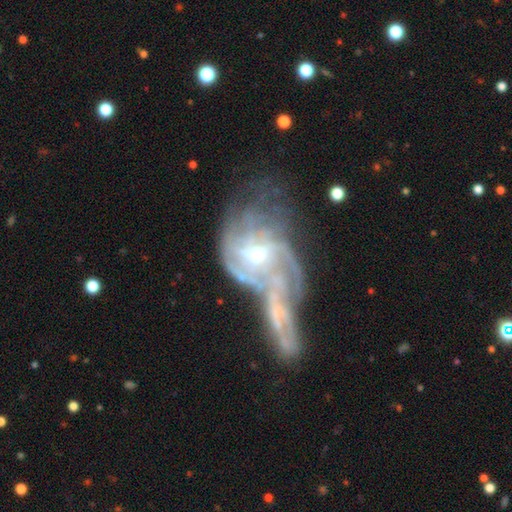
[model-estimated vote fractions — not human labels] Q: Smooth or featured?
A: featured or disk (78%); runner-up: smooth (13%)
Q: Edge-on disk?
A: no (95%); runner-up: yes (5%)
Q: Bar?
A: no (65%); runner-up: weak (27%)
Q: Spiral arms?
A: yes (78%); runner-up: no (22%)
Q: Spiral winding?
A: tight (48%); runner-up: medium (33%)
Q: Spiral arm count?
A: can't tell (52%); runner-up: 3 (13%)
Q: Bulge size?
A: small (52%); runner-up: moderate (41%)
Q: Merging?
A: merger (52%); runner-up: major disturbance (20%)